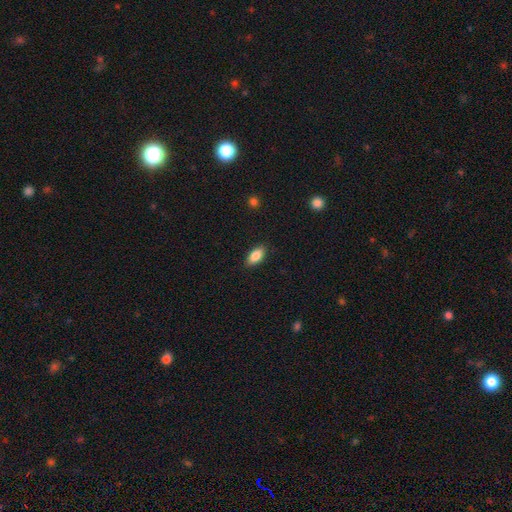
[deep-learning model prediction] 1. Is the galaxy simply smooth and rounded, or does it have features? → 85% smooth, 8% featured or disk, 7% star or artifact.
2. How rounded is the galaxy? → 90% in between, 7% cigar-shaped, 3% round.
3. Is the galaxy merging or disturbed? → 87% none, 9% minor disturbance, 2% major disturbance, 1% merger.